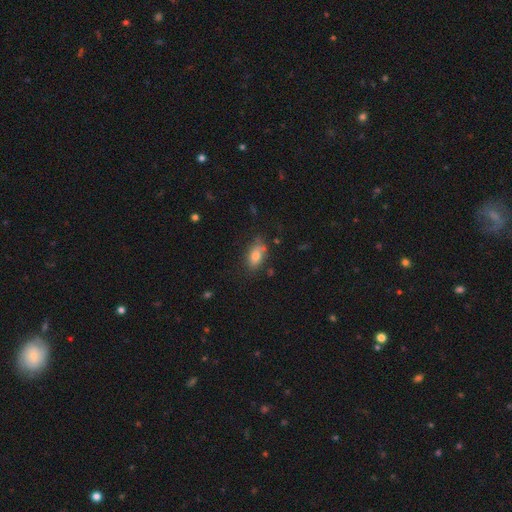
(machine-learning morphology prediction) Smooth or featured? smooth (76%)
How rounded? in between (88%)
Merging? none (64%)